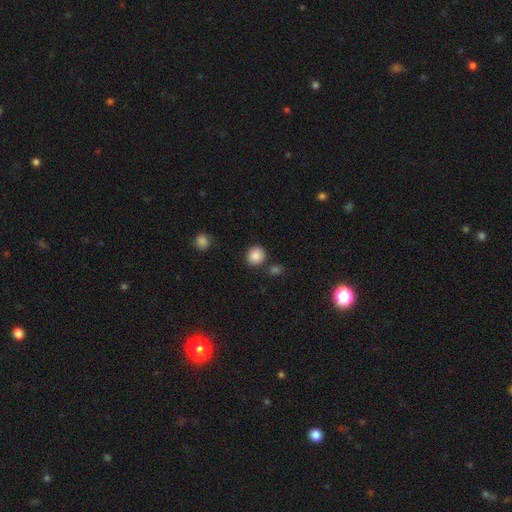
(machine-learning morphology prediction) Smooth or featured? smooth (87%)
How rounded? round (88%)
Merging? none (81%)